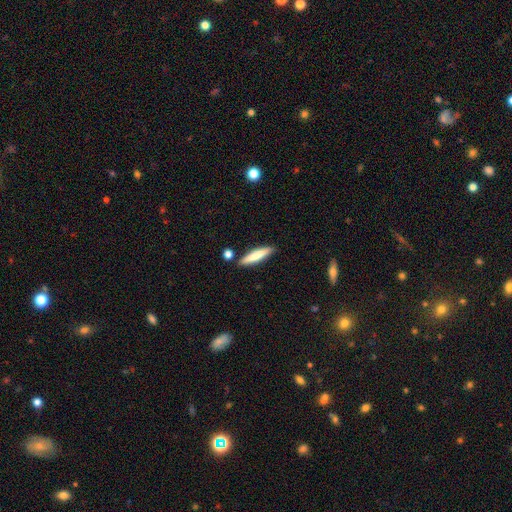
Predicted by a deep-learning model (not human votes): smooth 70%, featured or disk 24%, star or artifact 6%. Down the decision tree: how rounded — cigar-shaped (82%); merging — none (84%).